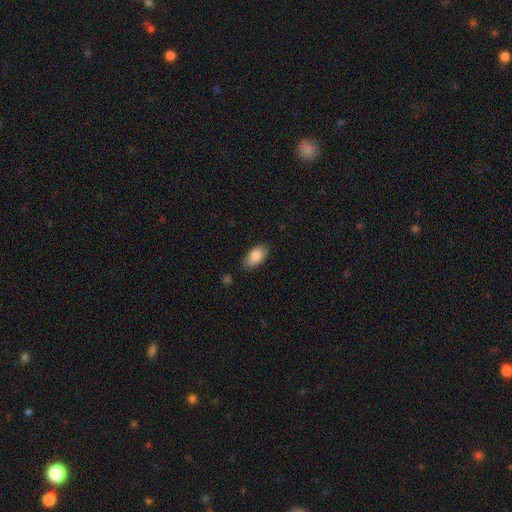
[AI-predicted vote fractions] Smooth or featured?
  - smooth: 85% *
  - featured or disk: 9%
  - star or artifact: 6%
How rounded?
  - in between: 93% *
  - cigar-shaped: 4%
  - round: 3%
Merging?
  - none: 82% *
  - minor disturbance: 14%
  - major disturbance: 3%
  - merger: 1%